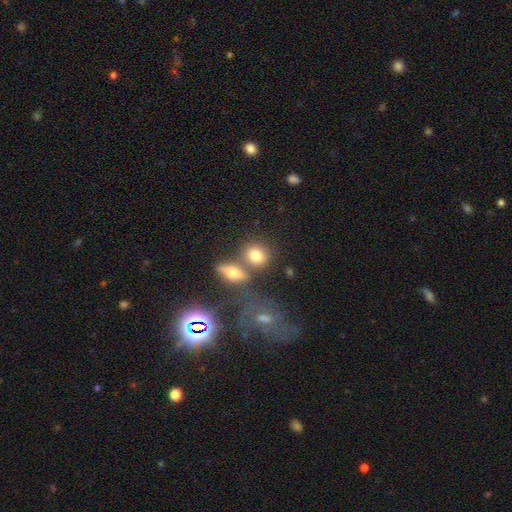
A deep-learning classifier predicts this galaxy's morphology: type=smooth (76%); roundness=round (66%); merging=none (59%).